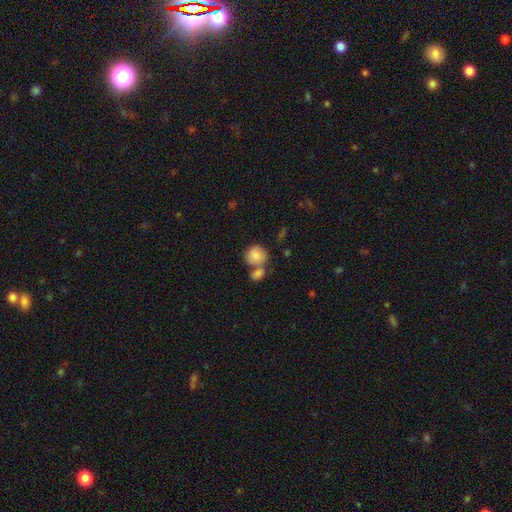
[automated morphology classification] This appears to be a smooth galaxy with no disk features (84%) that is round (71%). Merging: merger (47%).